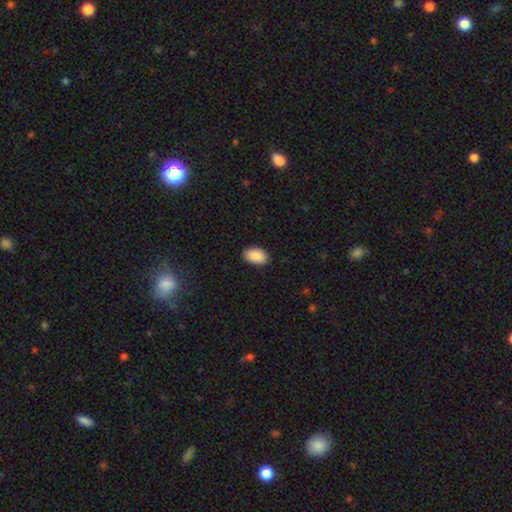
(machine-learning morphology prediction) Smooth or featured: smooth — 90% (star or artifact — 7%)
How rounded: in between — 92% (round — 7%)
Merging: none — 89% (minor disturbance — 8%)